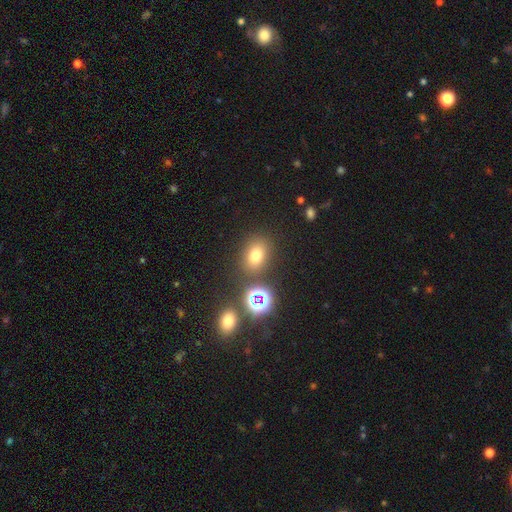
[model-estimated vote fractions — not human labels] A smooth galaxy with no disk features (69%) that is in between round and cigar-shaped (58%).

Vote fractions:
- Smooth or featured? smooth: 69% / star or artifact: 22% / featured or disk: 9%
- How rounded? in between: 58% / round: 41% / cigar-shaped: 2%
- Merging? none: 79% / minor disturbance: 10% / merger: 7% / major disturbance: 4%